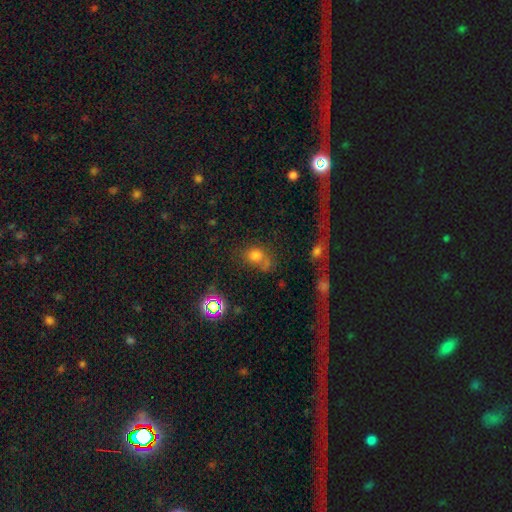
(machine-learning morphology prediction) Smooth or featured? Predicted: smooth (p=0.68). How rounded? Predicted: round (p=0.55). Merging? Predicted: none (p=0.47).